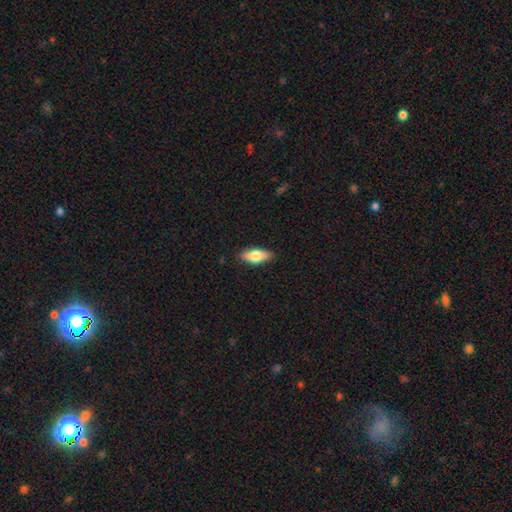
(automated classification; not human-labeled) Smooth or featured: smooth — 71% (featured or disk — 22%)
How rounded: in between — 80% (cigar-shaped — 17%)
Merging: none — 85% (minor disturbance — 12%)